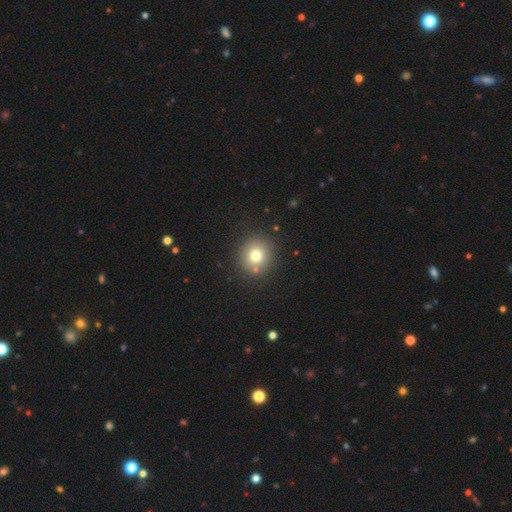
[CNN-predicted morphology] Smooth or featured: smooth — 76% (star or artifact — 13%)
How rounded: round — 85% (in between — 14%)
Merging: none — 84% (minor disturbance — 8%)